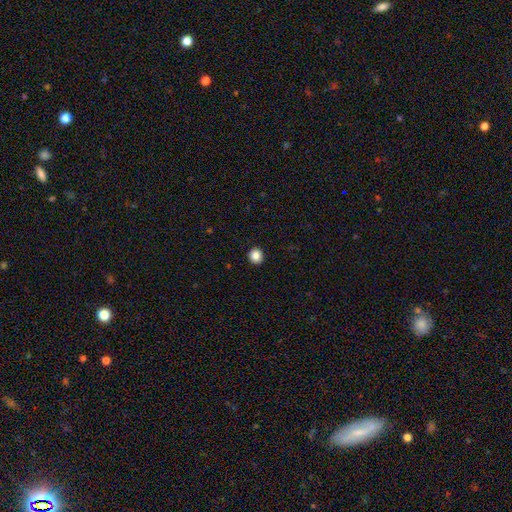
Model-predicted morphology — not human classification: Q: Smooth or featured?
A: smooth (86%); runner-up: star or artifact (10%)
Q: How rounded?
A: round (92%); runner-up: in between (7%)
Q: Merging?
A: none (93%); runner-up: minor disturbance (4%)